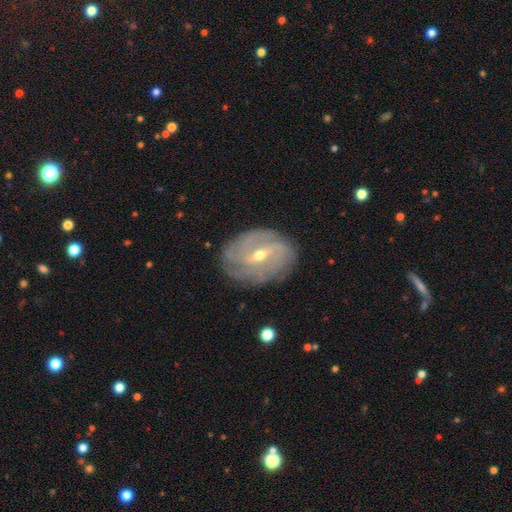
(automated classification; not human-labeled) The model was most divided on "bulge size": small: 52%, moderate: 45%, large: 1%, none: 1%, dominant: 1%. Remaining: edge-on disk — no (95%); spiral arms — yes (90%); smooth or featured — featured or disk (79%); merging — none (78%); spiral winding — tight (60%); bar — weak (46%); spiral arm count — can't tell (37%).